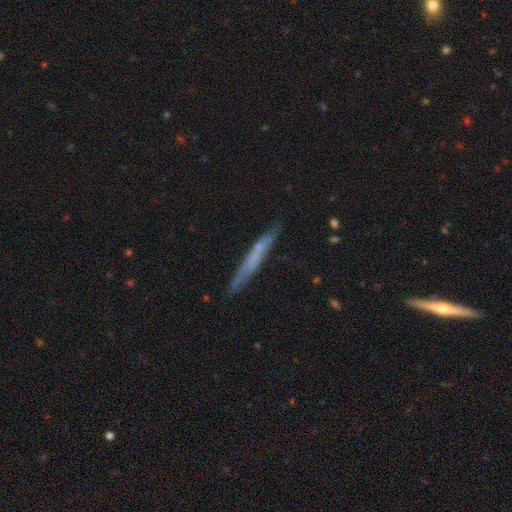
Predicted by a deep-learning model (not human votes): A featured or disk galaxy (46%). Merging: none (84%).